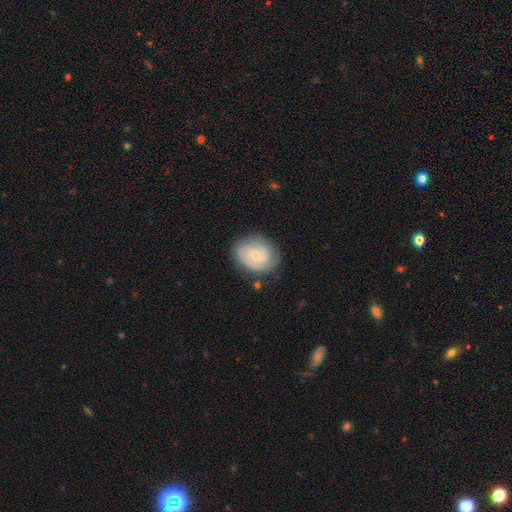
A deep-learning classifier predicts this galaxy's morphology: Smooth or featured? featured or disk (56%)
Edge-on disk? no (97%)
Bar? no (65%)
Spiral arms? yes (84%)
Bulge size? small (66%)
Merging? none (75%)